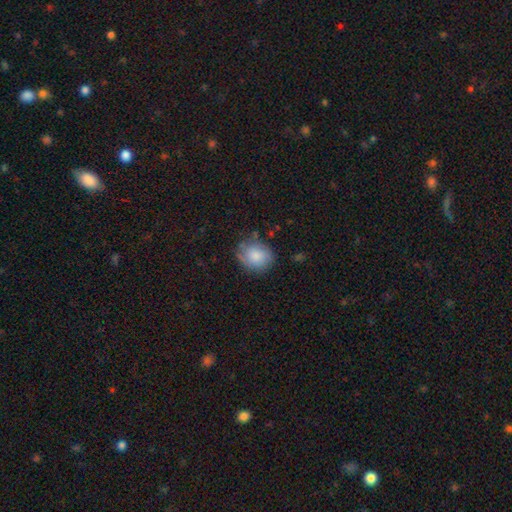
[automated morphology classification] This appears to be a smooth galaxy with no disk features (81%) that is round (66%). Merging: none (72%).